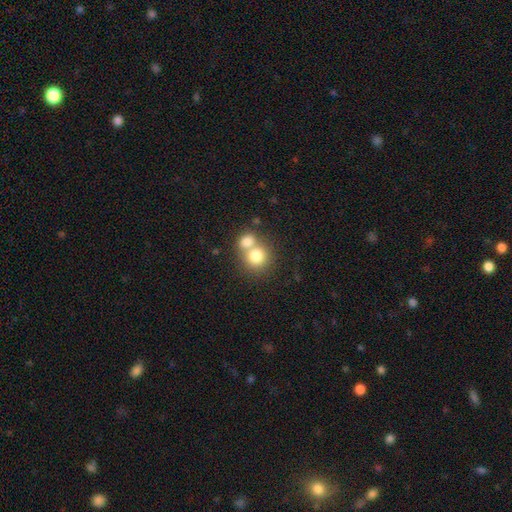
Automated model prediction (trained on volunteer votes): Smooth or featured? Predicted: smooth (p=0.76). How rounded? Predicted: round (p=0.83). Merging? Predicted: merger (p=0.59).